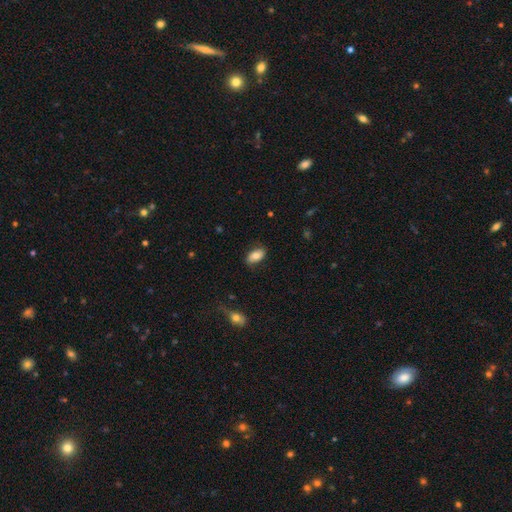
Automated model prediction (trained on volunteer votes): Overall: smooth (78%). How rounded: in between (92%). Merging: none (81%).